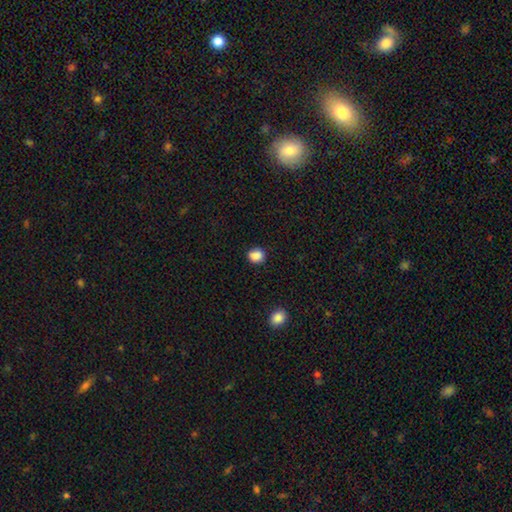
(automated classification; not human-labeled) A smooth galaxy with no disk features (87%) that is round (70%). Merging: none (83%).